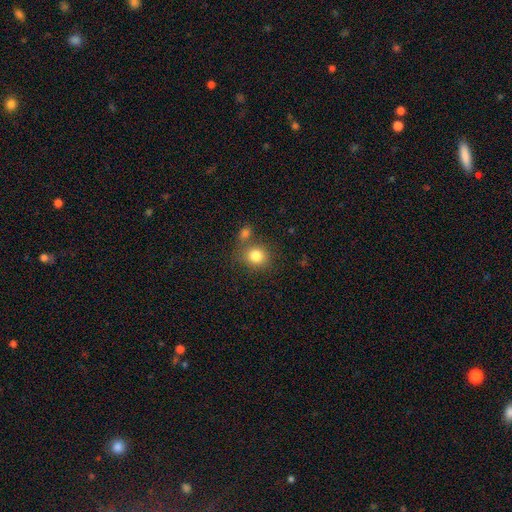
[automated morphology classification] The model was most divided on "merging": none: 62%, merger: 22%, minor disturbance: 11%, major disturbance: 4%. More confident: smooth or featured — smooth (82%); how rounded — round (76%).